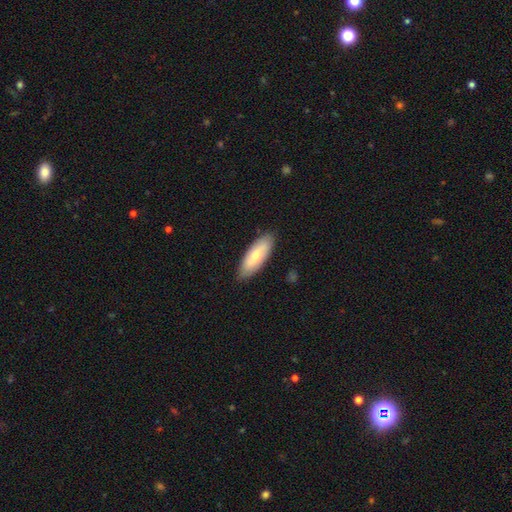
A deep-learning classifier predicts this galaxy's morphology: This is likely a smooth galaxy (67%). How rounded: likely in between (73%). Merging: clearly none (86%).